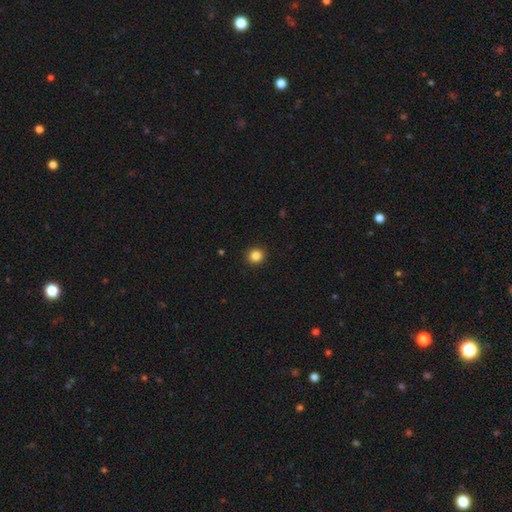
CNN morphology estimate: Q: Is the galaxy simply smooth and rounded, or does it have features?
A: smooth — 85%.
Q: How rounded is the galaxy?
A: round — 90%.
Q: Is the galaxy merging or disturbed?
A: none — 92%.